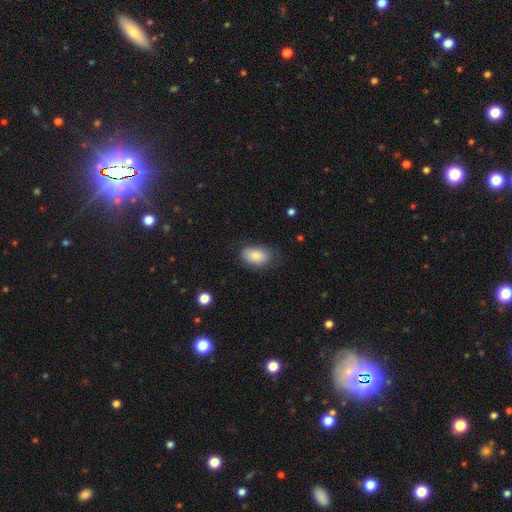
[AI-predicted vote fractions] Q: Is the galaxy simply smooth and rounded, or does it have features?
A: smooth — 85%.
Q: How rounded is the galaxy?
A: in between — 89%.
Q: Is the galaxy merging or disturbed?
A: none — 74%.